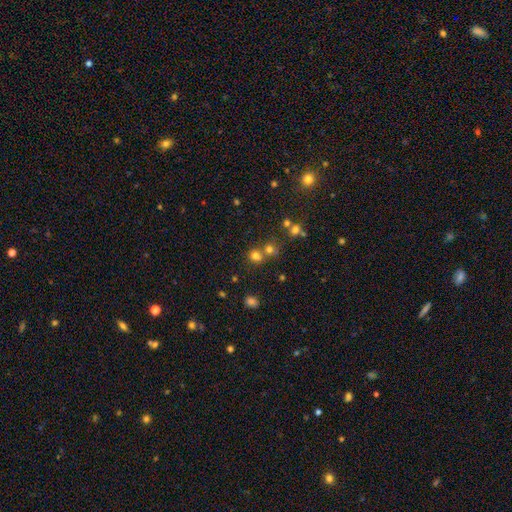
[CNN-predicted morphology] Smooth or featured: smooth — 70% (star or artifact — 21%)
How rounded: round — 84% (in between — 15%)
Merging: none — 55% (merger — 34%)